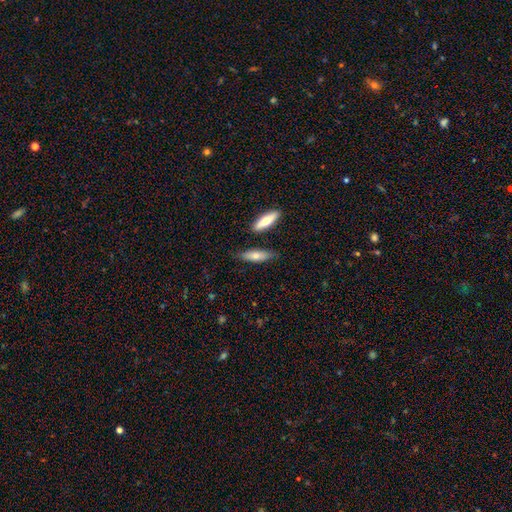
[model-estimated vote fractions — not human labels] A smooth galaxy with no disk features (66%) that is cigar-shaped (55%). Merging: none (76%).